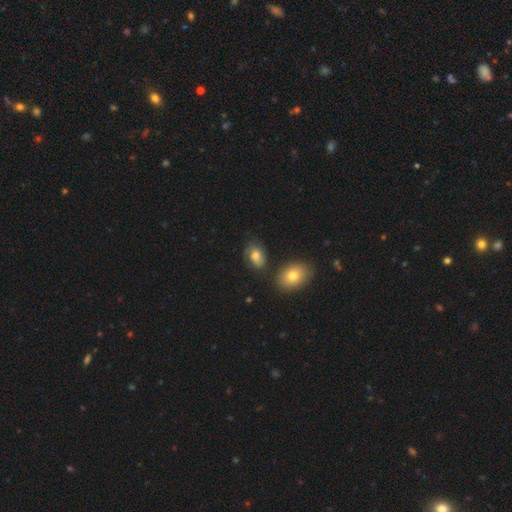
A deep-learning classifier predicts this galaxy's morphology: The model was most divided on "smooth or featured": smooth: 59%, featured or disk: 30%, star or artifact: 11%. More confident: how rounded — in between (80%); merging — none (61%).